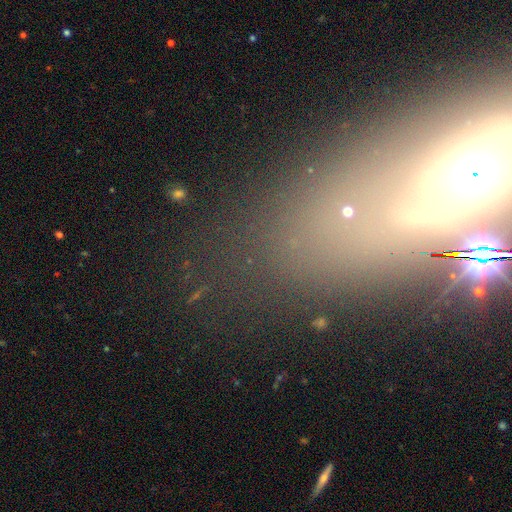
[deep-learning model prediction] smooth-or-featured: featured or disk: 38% | star or artifact: 36% | smooth: 26%
  merging: none: 60% | major disturbance: 16% | minor disturbance: 16% | merger: 8%